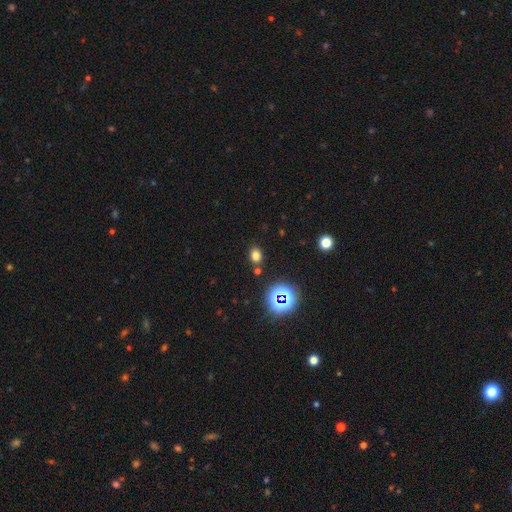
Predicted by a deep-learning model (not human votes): Smooth or featured?
  - smooth: 72% *
  - star or artifact: 21%
  - featured or disk: 7%
How rounded?
  - in between: 57% *
  - round: 42%
  - cigar-shaped: 1%
Merging?
  - none: 80% *
  - minor disturbance: 10%
  - merger: 7%
  - major disturbance: 3%